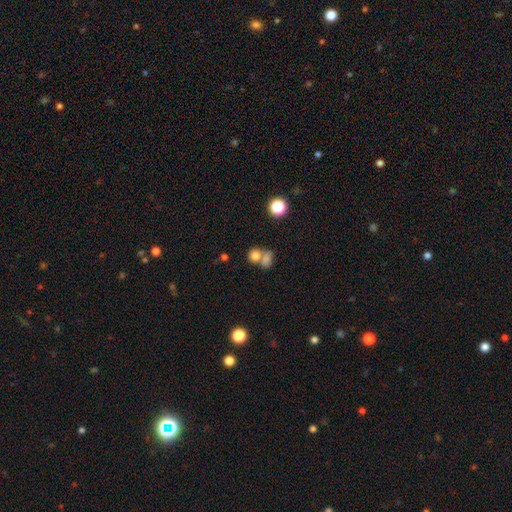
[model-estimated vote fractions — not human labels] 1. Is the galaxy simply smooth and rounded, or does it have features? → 77% smooth, 12% star or artifact, 11% featured or disk.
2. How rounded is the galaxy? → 68% round, 30% in between, 2% cigar-shaped.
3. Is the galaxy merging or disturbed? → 52% merger, 36% none, 8% minor disturbance, 4% major disturbance.